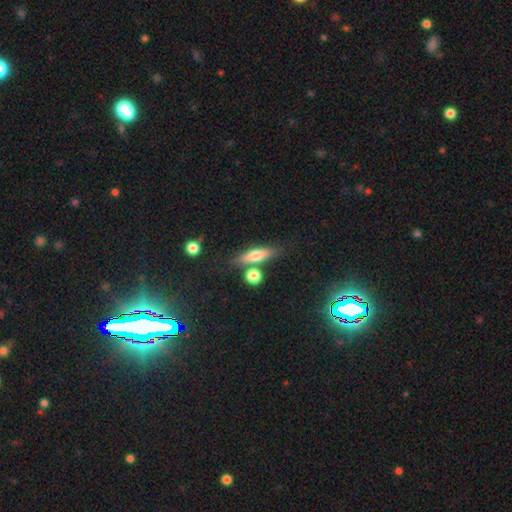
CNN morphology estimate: Smooth or featured: smooth — 57% (featured or disk — 35%)
How rounded: cigar-shaped — 63% (in between — 30%)
Merging: none — 71% (merger — 13%)